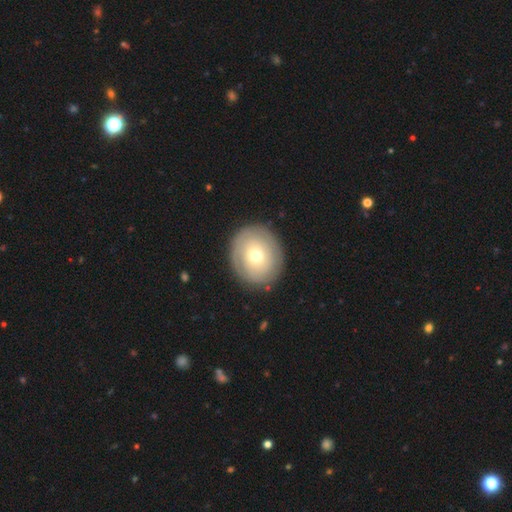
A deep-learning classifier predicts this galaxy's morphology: smooth-or-featured: smooth: 55% | featured or disk: 38% | star or artifact: 7%
  how-rounded: round: 77% | in between: 22% | cigar-shaped: 1%
  merging: none: 85% | minor disturbance: 10% | major disturbance: 3% | merger: 1%